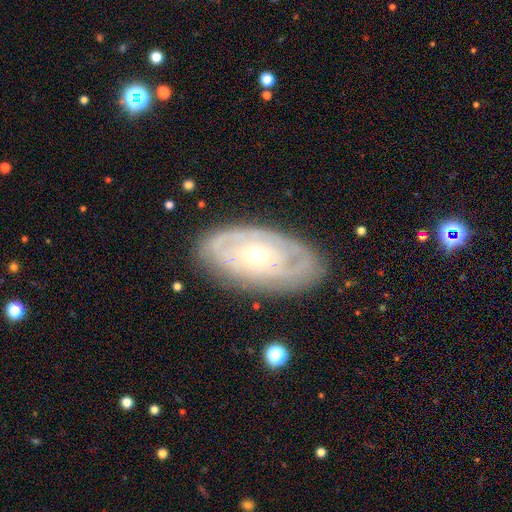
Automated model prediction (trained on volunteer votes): smooth_or_featured: featured or disk (p=0.77) [alt: smooth p=0.17]
disk_edge_on: no (p=0.92) [alt: yes p=0.08]
bar: no (p=0.79) [alt: weak p=0.16]
has_spiral_arms: yes (p=0.80) [alt: no p=0.20]
spiral_winding: tight (p=0.74) [alt: medium p=0.20]
spiral_arm_count: can't tell (p=0.49) [alt: 2 p=0.26]
bulge_size: small (p=0.71) [alt: moderate p=0.25]
merging: none (p=0.81) [alt: minor disturbance p=0.14]